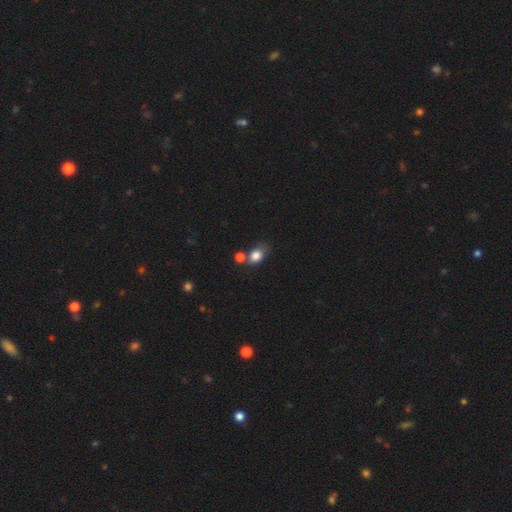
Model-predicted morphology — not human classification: The model was most divided on "merging": none: 44%, merger: 33%, minor disturbance: 16%, major disturbance: 7%. More confident: smooth or featured — smooth (83%); how rounded — in between (68%).